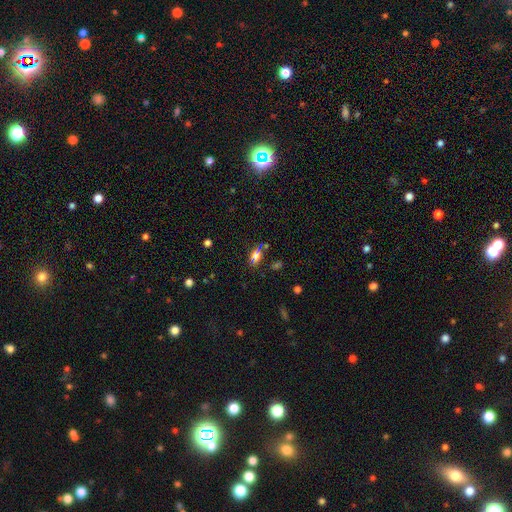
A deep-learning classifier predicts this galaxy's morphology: A smooth galaxy with no disk features (60%) that is in between round and cigar-shaped (76%).

Vote fractions:
- Smooth or featured? smooth: 60% / star or artifact: 21% / featured or disk: 19%
- How rounded? in between: 76% / round: 15% / cigar-shaped: 9%
- Merging? none: 65% / minor disturbance: 16% / merger: 11% / major disturbance: 7%